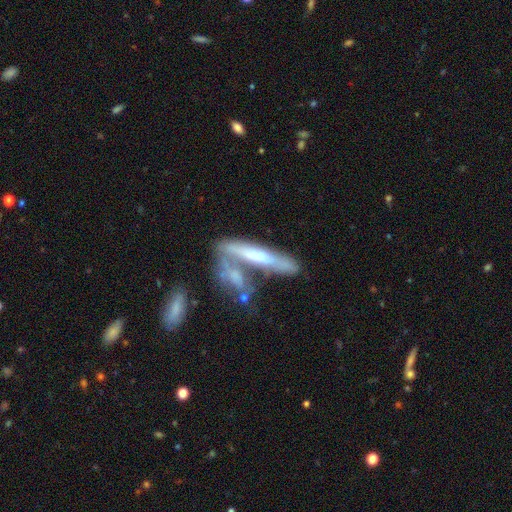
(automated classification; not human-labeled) Smooth or featured? Predicted: featured or disk (p=0.50). Edge-on disk? Predicted: yes (p=0.67). Merging? Predicted: merger (p=0.41).